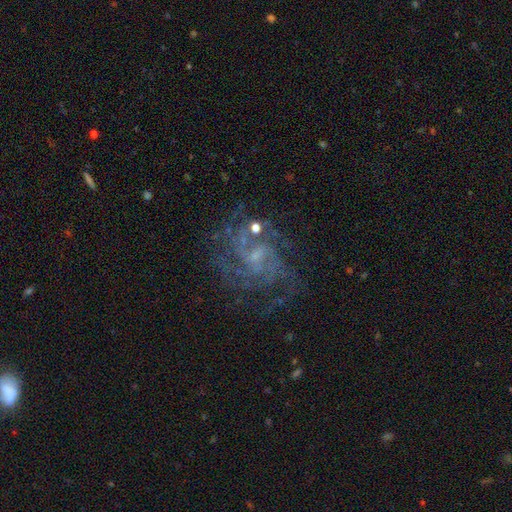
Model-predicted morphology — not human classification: This appears to be a featured or disk galaxy (79%) with a weak bar (47%), tight (45%) spiral arms (92%) and a small central bulge (59%). Merging: none (66%).